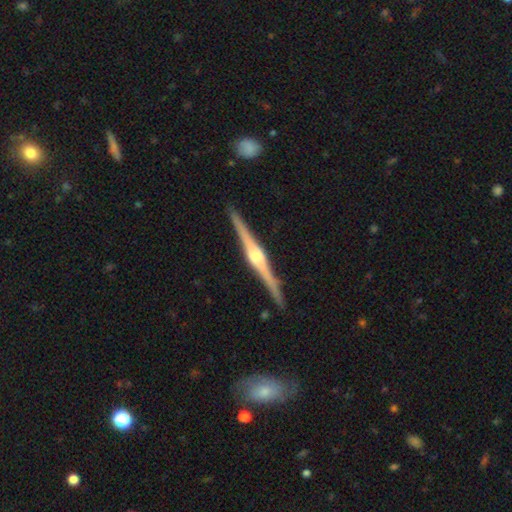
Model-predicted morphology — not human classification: smooth_or_featured: featured or disk (p=0.88) [alt: smooth p=0.08]
disk_edge_on: yes (p=0.99) [alt: no p=0.01]
edge_on_bulge: rounded (p=0.88) [alt: boxy p=0.08]
merging: none (p=0.92) [alt: minor disturbance p=0.06]